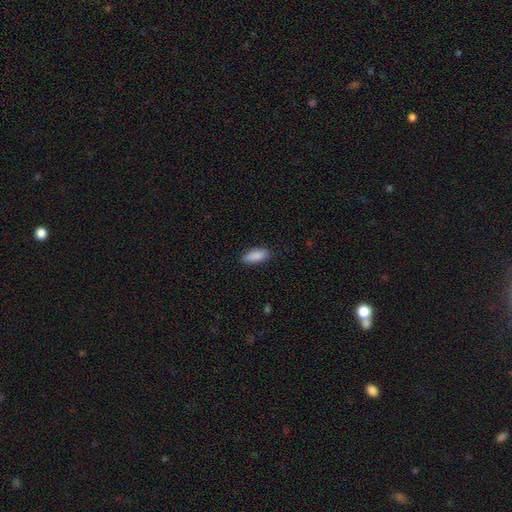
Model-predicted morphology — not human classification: type=smooth (90%); roundness=in between (78%); merging=none (87%).